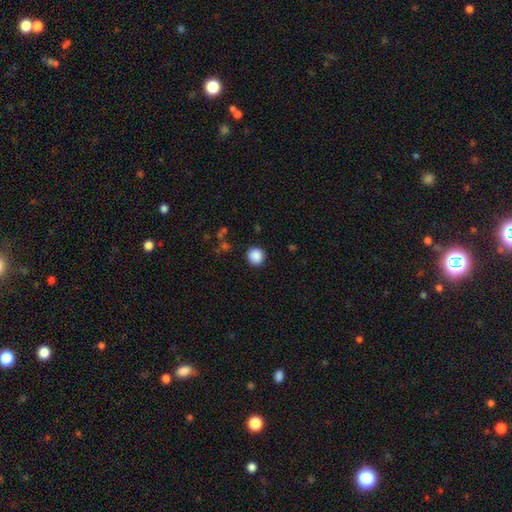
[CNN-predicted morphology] Smooth or featured? Predicted: smooth (p=0.88). How rounded? Predicted: round (p=0.93). Merging? Predicted: none (p=0.91).